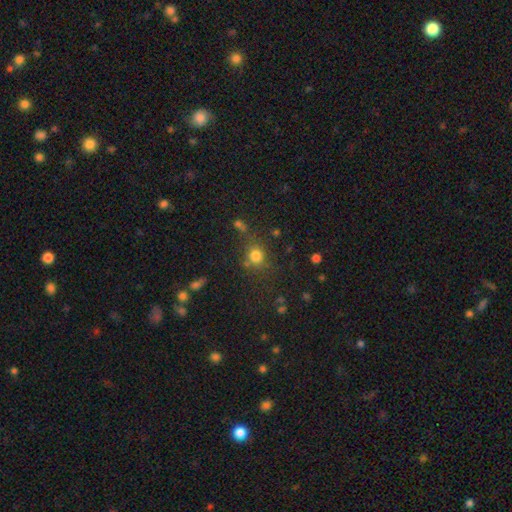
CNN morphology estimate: Smooth or featured?
  - smooth: 77% *
  - star or artifact: 16%
  - featured or disk: 7%
How rounded?
  - round: 84% *
  - in between: 15%
  - cigar-shaped: 1%
Merging?
  - none: 71% *
  - minor disturbance: 13%
  - merger: 10%
  - major disturbance: 6%